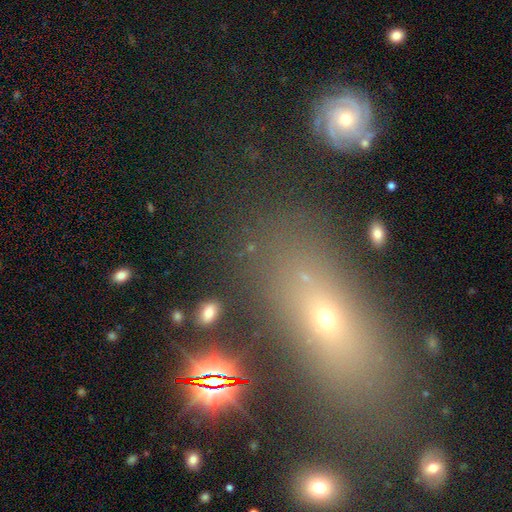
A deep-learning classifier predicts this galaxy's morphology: type=smooth (45%); merging=none (71%).